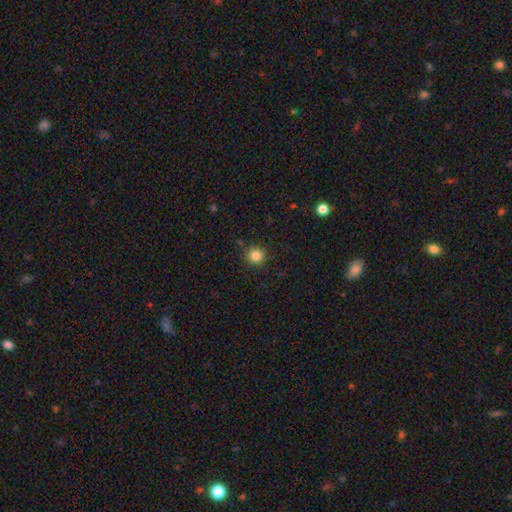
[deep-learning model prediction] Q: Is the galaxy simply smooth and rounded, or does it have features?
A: smooth — 84%.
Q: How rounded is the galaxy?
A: round — 94%.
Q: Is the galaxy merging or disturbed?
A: none — 89%.